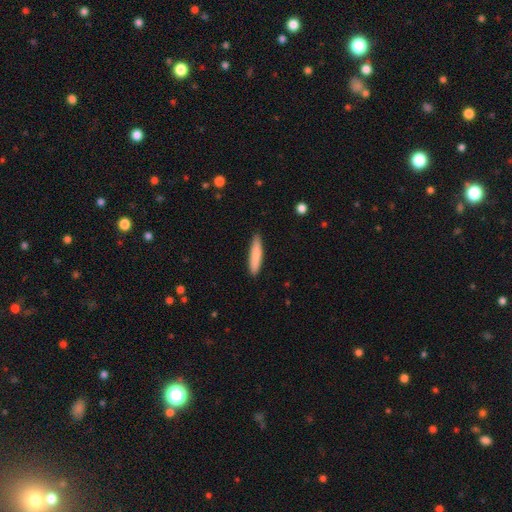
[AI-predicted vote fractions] Smooth or featured?
  - smooth: 84% *
  - featured or disk: 11%
  - star or artifact: 5%
How rounded?
  - cigar-shaped: 87% *
  - in between: 12%
  - round: 1%
Merging?
  - none: 88% *
  - minor disturbance: 9%
  - major disturbance: 2%
  - merger: 1%